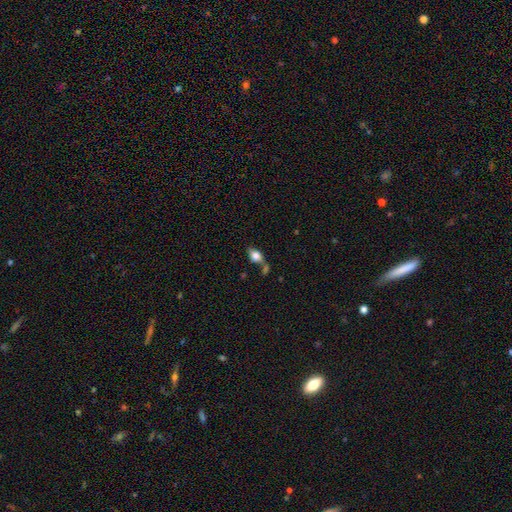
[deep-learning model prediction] smooth_or_featured: smooth (p=0.72) [alt: featured or disk p=0.18]
how_rounded: in between (p=0.77) [alt: round p=0.18]
merging: none (p=0.50) [alt: merger p=0.23]